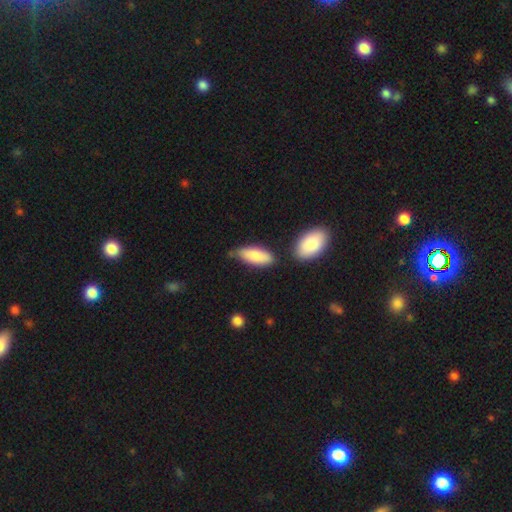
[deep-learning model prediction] This appears to be a smooth galaxy with no disk features (83%) that is in between round and cigar-shaped (76%). Merging: none (61%).